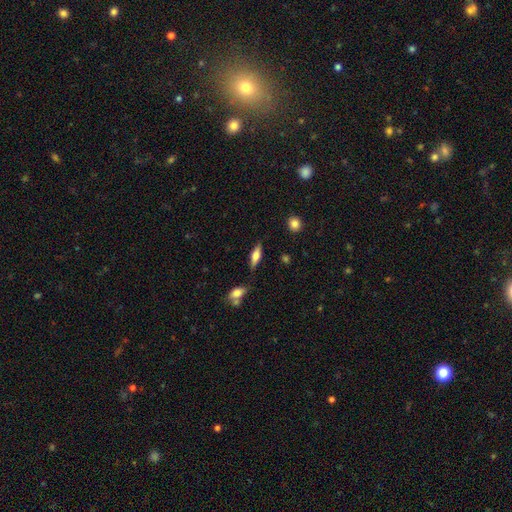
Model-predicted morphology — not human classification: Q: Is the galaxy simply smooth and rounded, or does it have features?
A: smooth — 52%.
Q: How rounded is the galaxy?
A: in between — 49%.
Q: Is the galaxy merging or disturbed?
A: none — 80%.